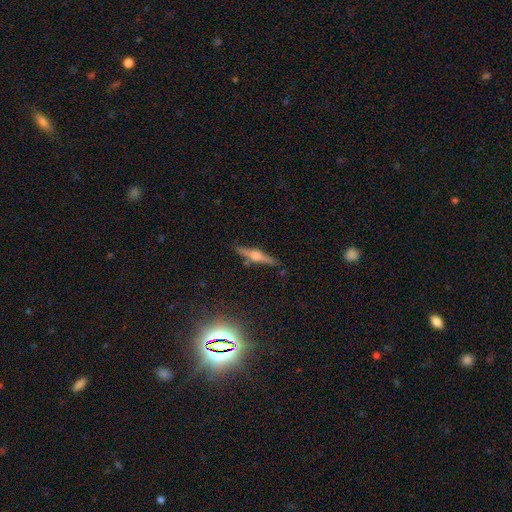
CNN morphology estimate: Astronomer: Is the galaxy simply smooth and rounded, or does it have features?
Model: featured or disk — 68%.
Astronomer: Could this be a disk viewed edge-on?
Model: yes — 97%.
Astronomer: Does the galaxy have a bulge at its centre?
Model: rounded — 88%.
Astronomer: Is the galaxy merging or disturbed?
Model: none — 86%.